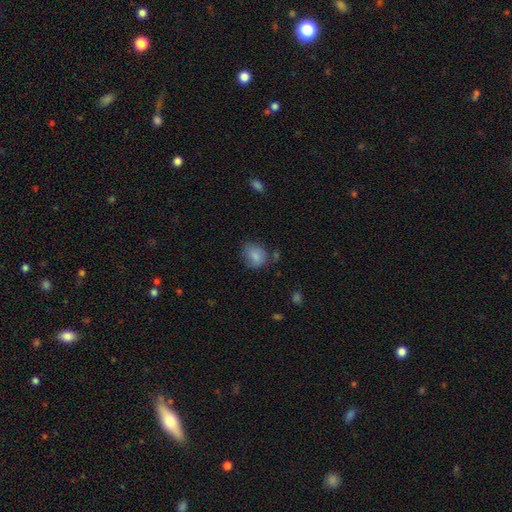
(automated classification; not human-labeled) Smooth or featured: smooth — 84% (star or artifact — 9%)
How rounded: round — 58% (in between — 41%)
Merging: none — 63% (minor disturbance — 25%)